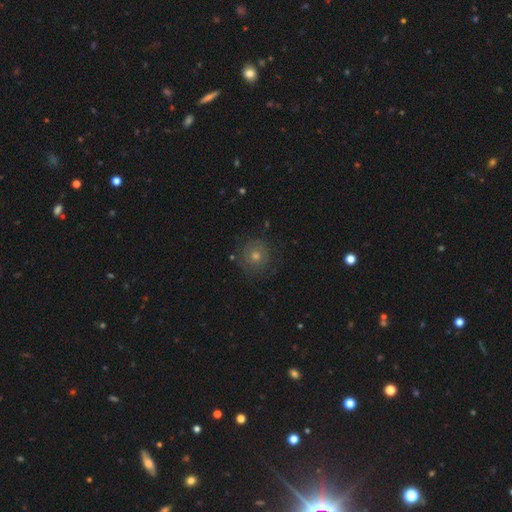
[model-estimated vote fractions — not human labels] A smooth galaxy with no disk features (53%) that is round (93%).

Vote fractions:
- Smooth or featured? smooth: 53% / star or artifact: 24% / featured or disk: 23%
- How rounded? round: 93% / in between: 6% / cigar-shaped: 1%
- Merging? none: 83% / minor disturbance: 11% / major disturbance: 5% / merger: 1%